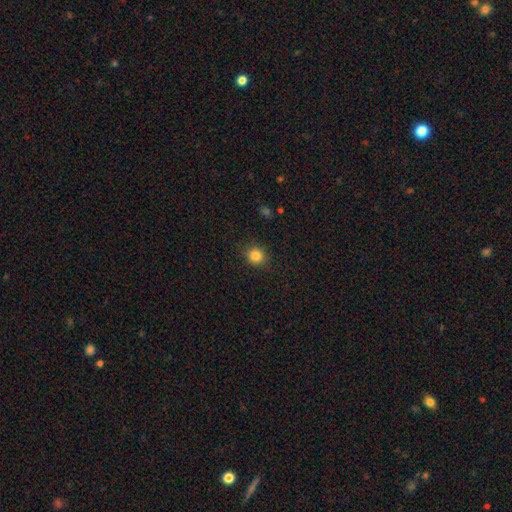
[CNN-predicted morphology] A smooth galaxy with no disk features (84%) that is round (83%). Merging: none (88%).